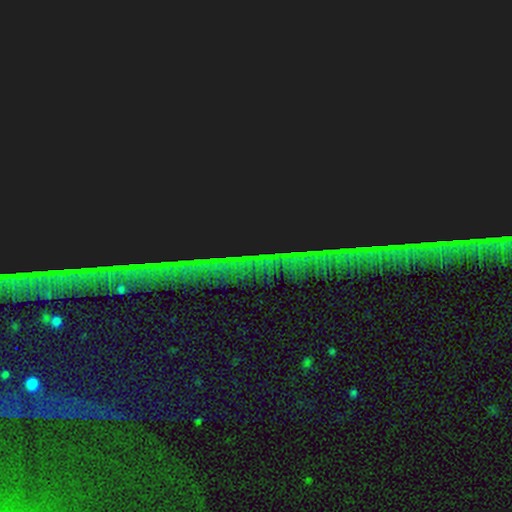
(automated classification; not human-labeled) Q: Smooth or featured?
A: star or artifact (88%); runner-up: featured or disk (7%)